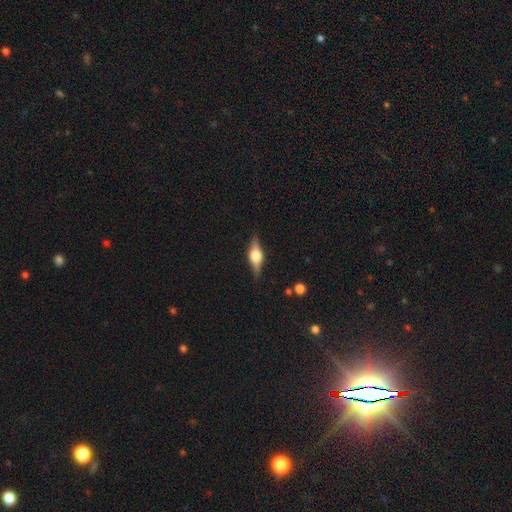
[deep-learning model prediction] Morphology: type=featured or disk (70%); edge-on=yes (96%); edge-on bulge=rounded (92%); merging=none (86%).